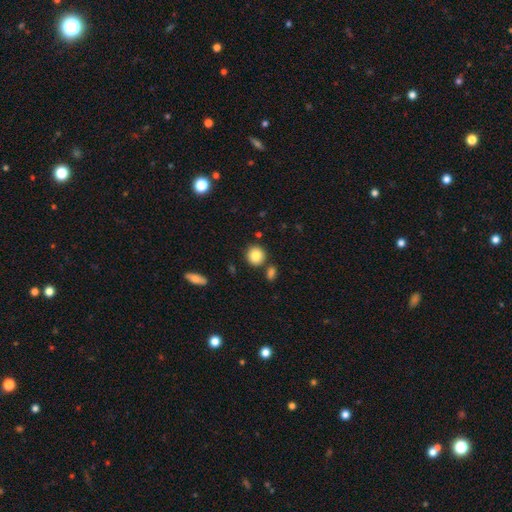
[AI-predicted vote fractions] smooth 85%, star or artifact 9%, featured or disk 7%. Down the decision tree: how rounded — round (87%); merging — none (80%).